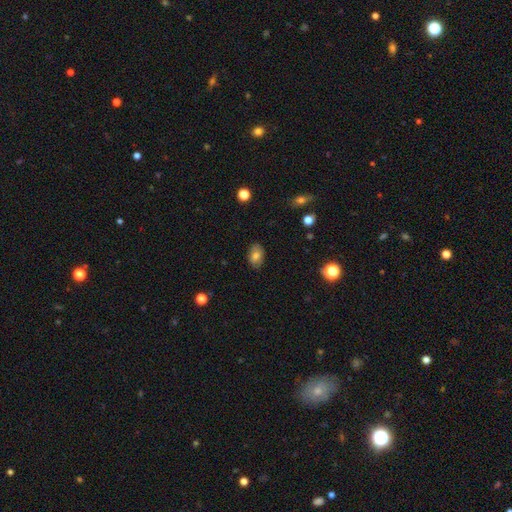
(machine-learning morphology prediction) Smooth or featured? smooth (74%)
How rounded? in between (86%)
Merging? none (81%)